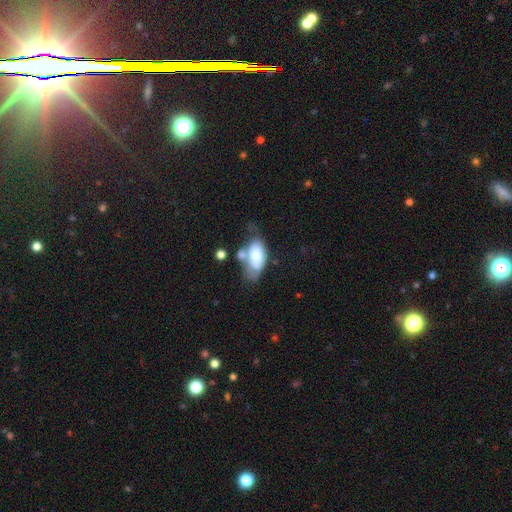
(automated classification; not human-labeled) Q: Smooth or featured?
A: smooth (61%); runner-up: featured or disk (32%)
Q: How rounded?
A: in between (93%); runner-up: round (4%)
Q: Merging?
A: none (31%); runner-up: merger (28%)